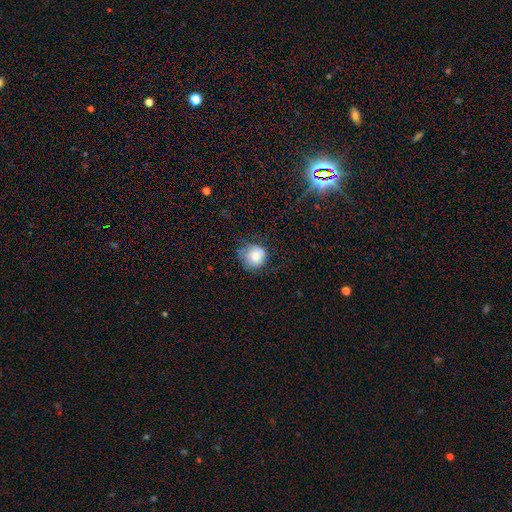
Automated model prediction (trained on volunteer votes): Smooth or featured? smooth (75%)
How rounded? round (87%)
Merging? none (63%)